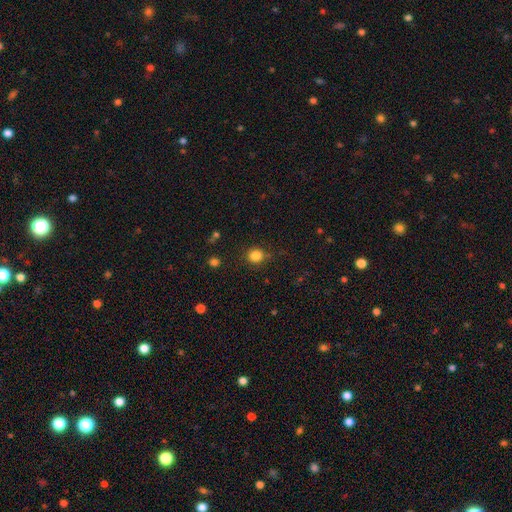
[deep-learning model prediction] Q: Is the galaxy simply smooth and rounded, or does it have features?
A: smooth — 84%.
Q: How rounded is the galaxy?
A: round — 82%.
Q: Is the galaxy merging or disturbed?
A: none — 80%.